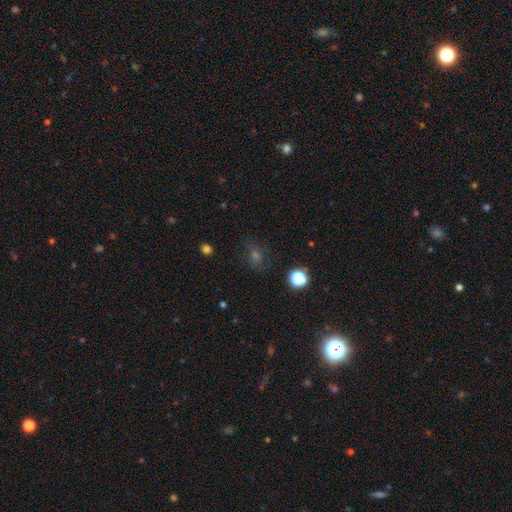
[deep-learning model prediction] The model was most divided on "smooth or featured": smooth: 42%, star or artifact: 41%, featured or disk: 17%. More confident: merging — none (78%).